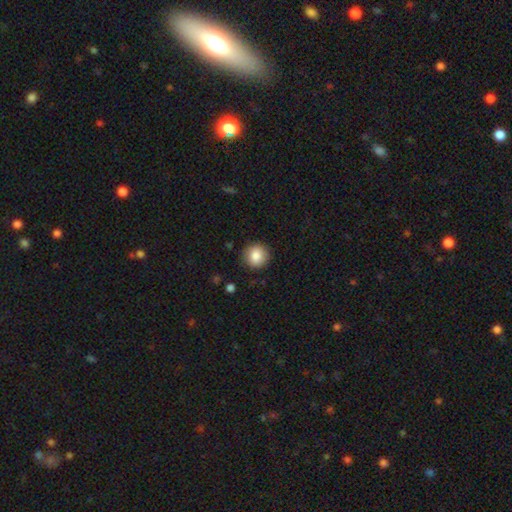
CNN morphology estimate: This is clearly a smooth galaxy (86%). How rounded: clearly round (93%). Merging: clearly none (89%).